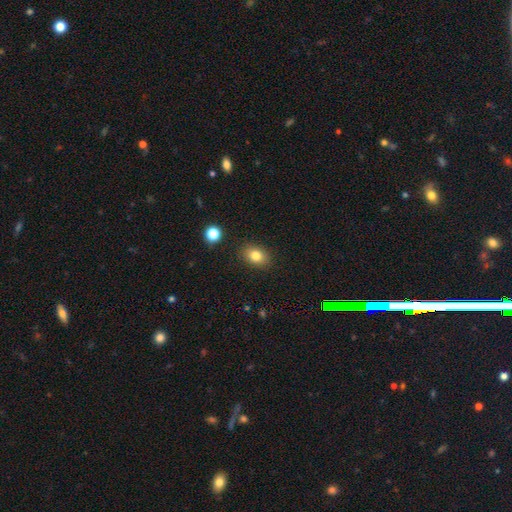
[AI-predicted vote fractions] A smooth galaxy with no disk features (81%) that is in between round and cigar-shaped (73%).

Vote fractions:
- Smooth or featured? smooth: 81% / star or artifact: 11% / featured or disk: 9%
- How rounded? in between: 73% / round: 26% / cigar-shaped: 1%
- Merging? none: 88% / minor disturbance: 9% / major disturbance: 2% / merger: 2%